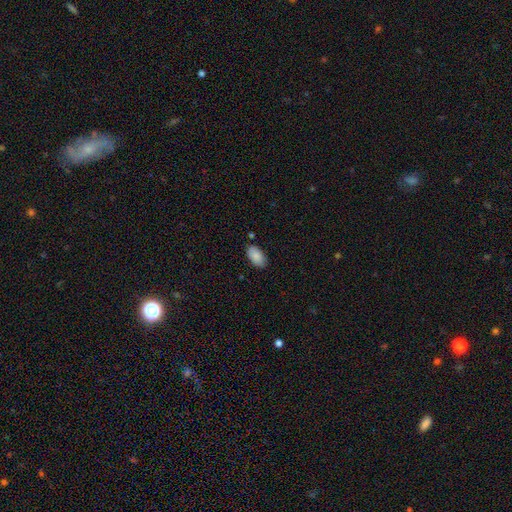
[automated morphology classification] smooth 87%, featured or disk 7%, star or artifact 7%. Down the decision tree: how rounded — in between (95%); merging — none (83%).